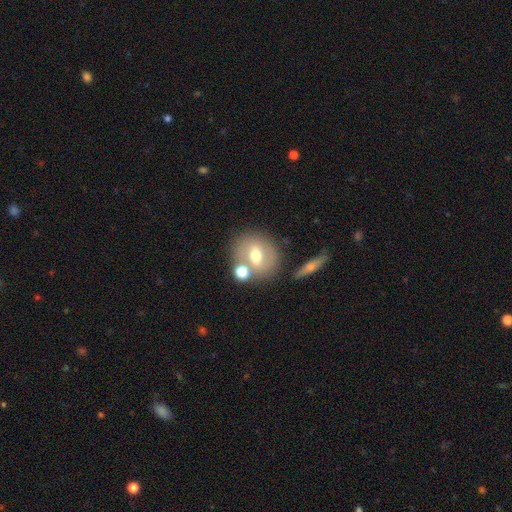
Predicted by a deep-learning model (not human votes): This is possibly a smooth galaxy (55%). How rounded: likely round (68%). Merging: likely none (62%).